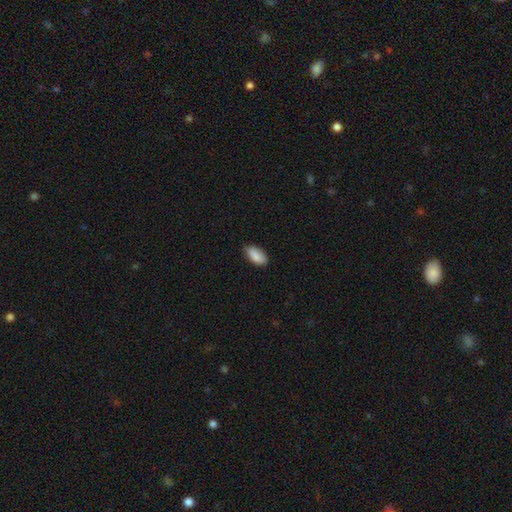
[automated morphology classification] Smooth or featured? smooth (88%)
How rounded? in between (92%)
Merging? none (78%)